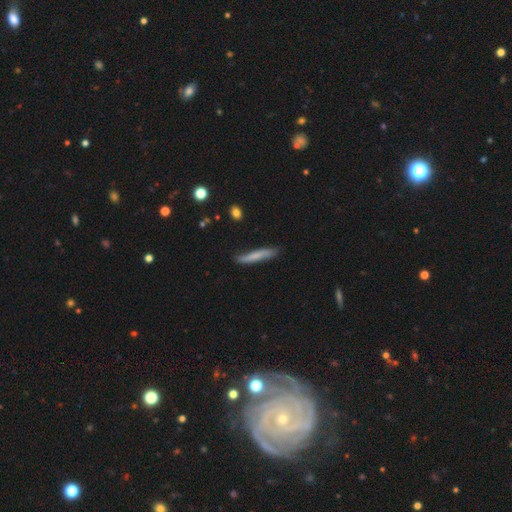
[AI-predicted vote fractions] A smooth galaxy with no disk features (63%) that is cigar-shaped (93%).

Vote fractions:
- Smooth or featured? smooth: 63% / featured or disk: 31% / star or artifact: 6%
- How rounded? cigar-shaped: 93% / in between: 5% / round: 2%
- Merging? none: 74% / minor disturbance: 20% / major disturbance: 4% / merger: 2%